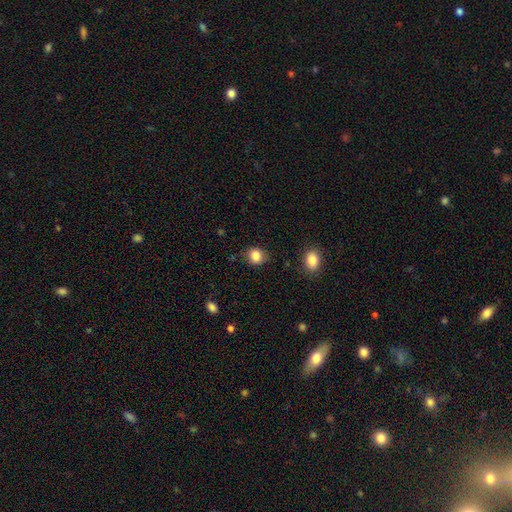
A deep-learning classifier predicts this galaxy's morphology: The model was most divided on "how rounded": round: 69%, in between: 30%, cigar-shaped: 1%. More confident: smooth or featured — smooth (86%); merging — none (80%).